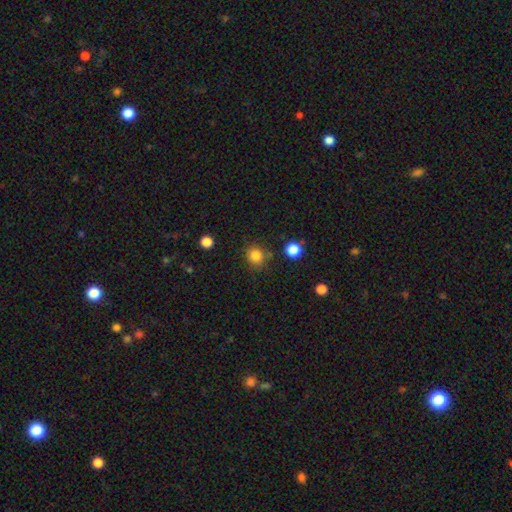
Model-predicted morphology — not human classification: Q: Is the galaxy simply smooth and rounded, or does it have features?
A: smooth — 83%.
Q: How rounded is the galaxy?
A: round — 86%.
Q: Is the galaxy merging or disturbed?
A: none — 81%.